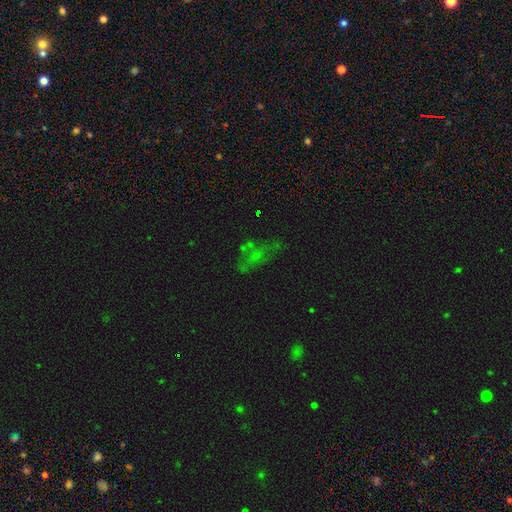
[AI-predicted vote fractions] Overall: featured or disk (35%; smooth 34%). Merging: none (47%; major disturbance 24%).